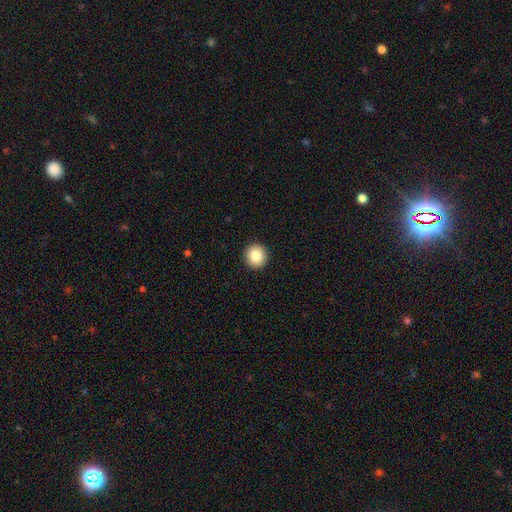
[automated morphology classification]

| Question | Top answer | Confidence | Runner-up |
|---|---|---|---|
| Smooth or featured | smooth | 84% | star or artifact (9%) |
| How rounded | round | 95% | in between (4%) |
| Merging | none | 94% | minor disturbance (4%) |